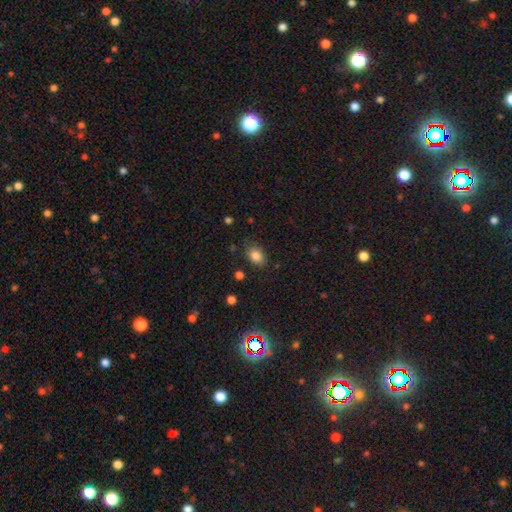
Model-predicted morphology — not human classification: Smooth or featured?
  - smooth: 84% *
  - star or artifact: 10%
  - featured or disk: 6%
How rounded?
  - in between: 75% *
  - round: 24%
  - cigar-shaped: 1%
Merging?
  - none: 78% *
  - minor disturbance: 16%
  - major disturbance: 4%
  - merger: 2%